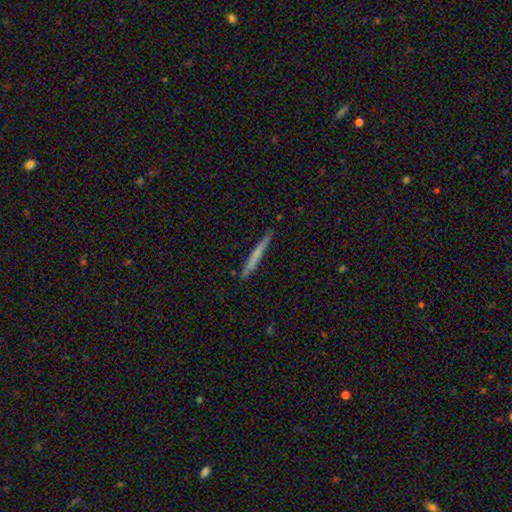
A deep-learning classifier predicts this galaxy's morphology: This is possibly a smooth galaxy (58%). How rounded: clearly cigar-shaped (97%). Merging: clearly none (89%).